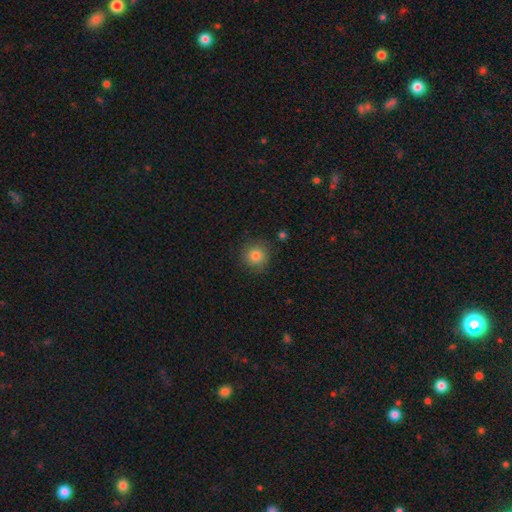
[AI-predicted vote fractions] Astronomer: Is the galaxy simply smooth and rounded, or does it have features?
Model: smooth — 82%.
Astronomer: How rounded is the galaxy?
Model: round — 92%.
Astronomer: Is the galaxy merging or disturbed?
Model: none — 84%.